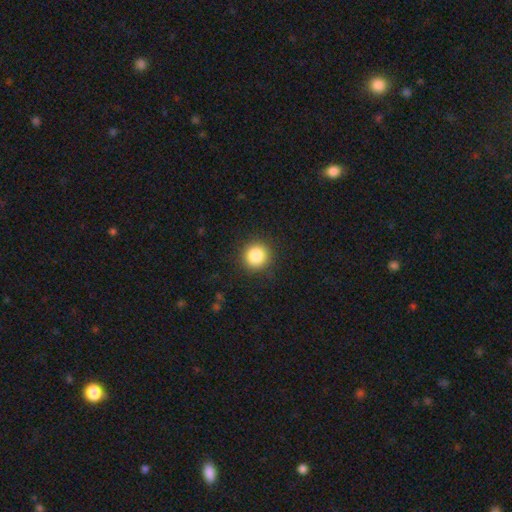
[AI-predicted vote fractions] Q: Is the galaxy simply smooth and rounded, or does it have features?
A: smooth — 86%.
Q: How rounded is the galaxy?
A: round — 93%.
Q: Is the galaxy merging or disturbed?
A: none — 90%.